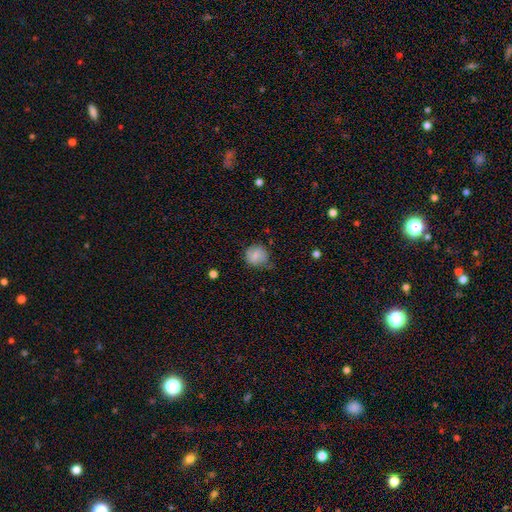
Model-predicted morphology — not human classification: Overall: smooth (72%). How rounded: round (82%). Merging: none (58%; minor disturbance 31%).